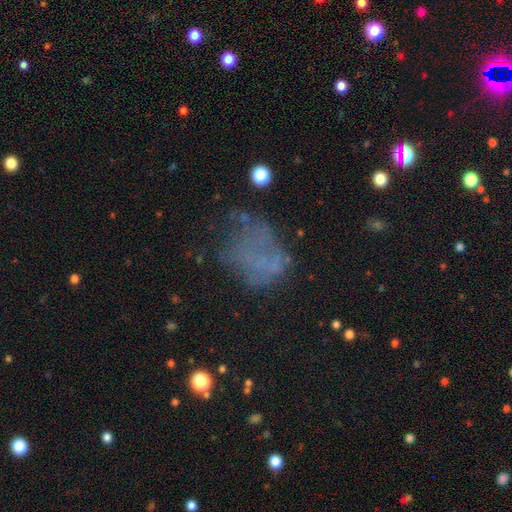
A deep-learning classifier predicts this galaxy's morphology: Smooth or featured? smooth (40%)
Merging? none (39%)